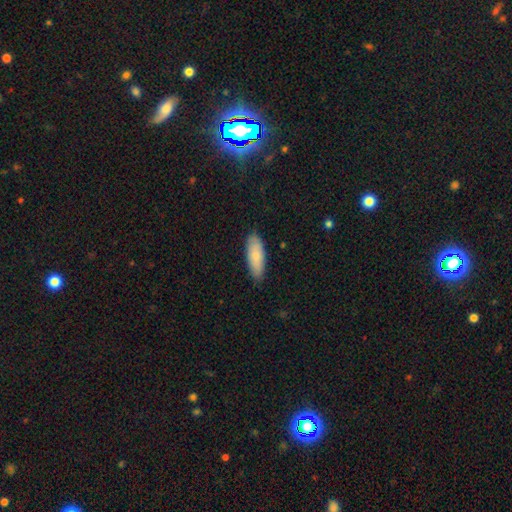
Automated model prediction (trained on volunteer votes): smooth-or-featured: smooth: 82% | featured or disk: 13% | star or artifact: 6%
  how-rounded: in between: 69% | cigar-shaped: 29% | round: 2%
  merging: none: 84% | minor disturbance: 13% | major disturbance: 2% | merger: 1%